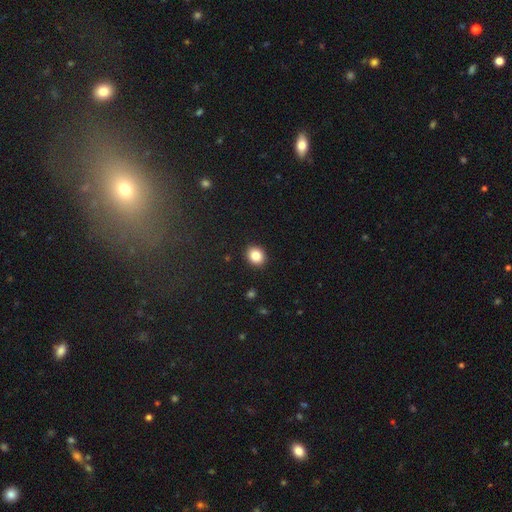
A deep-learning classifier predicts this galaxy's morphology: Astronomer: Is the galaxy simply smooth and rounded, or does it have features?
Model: smooth — 84%.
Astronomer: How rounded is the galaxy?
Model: round — 67%.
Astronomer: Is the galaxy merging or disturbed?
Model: none — 92%.